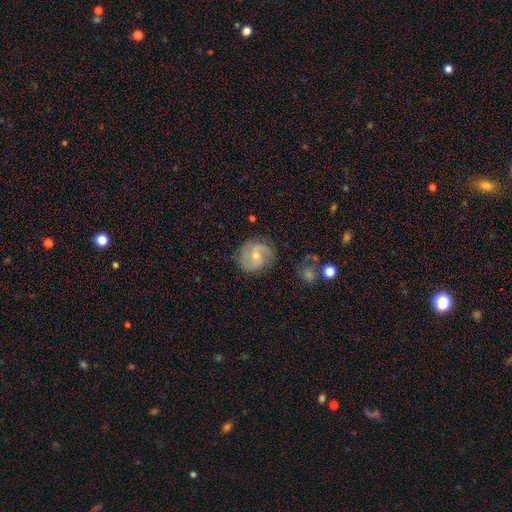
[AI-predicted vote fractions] Overall: featured or disk (75%). Edge-on disk: no (98%). Bar: weak (46%; no 43%). Spiral arms: yes (93%). Spiral arm count: 2 (80%). Spiral winding: medium (50%; loose 26%). Bulge size: small (50%; moderate 46%). Merging: none (74%).